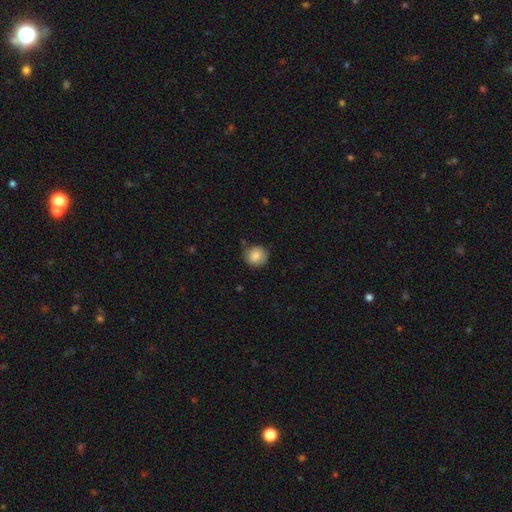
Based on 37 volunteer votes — Smooth or featured?
  - smooth: 95% *
  - star or artifact: 5%
  - featured or disk: 0%
How rounded?
  - round: 97% *
  - in between: 3%
  - cigar-shaped: 0%
Merging?
  - none: 83% *
  - minor disturbance: 9%
  - major disturbance: 9%
  - merger: 0%